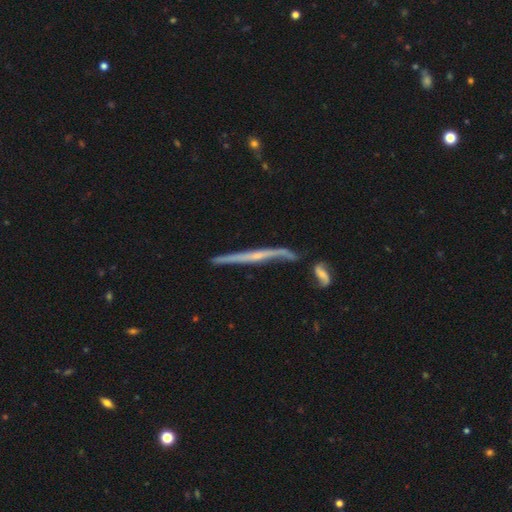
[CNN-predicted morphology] featured or disk 76%, smooth 18%, star or artifact 7%. Down the decision tree: edge-on disk — yes (93%); edge-on bulge — none (50%); merging — none (61%).